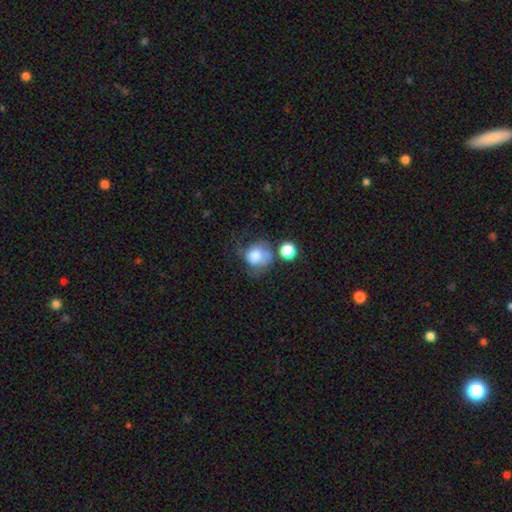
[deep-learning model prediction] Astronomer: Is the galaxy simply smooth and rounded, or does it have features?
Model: smooth — 65%.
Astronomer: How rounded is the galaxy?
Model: round — 71%.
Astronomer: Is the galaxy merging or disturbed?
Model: none — 33% (runner-up: major disturbance, 26%).